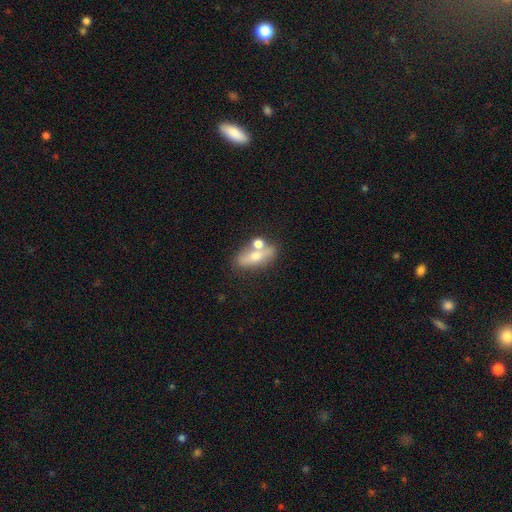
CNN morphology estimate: This appears to be a smooth galaxy with no disk features (48%). Merging: none (53%).